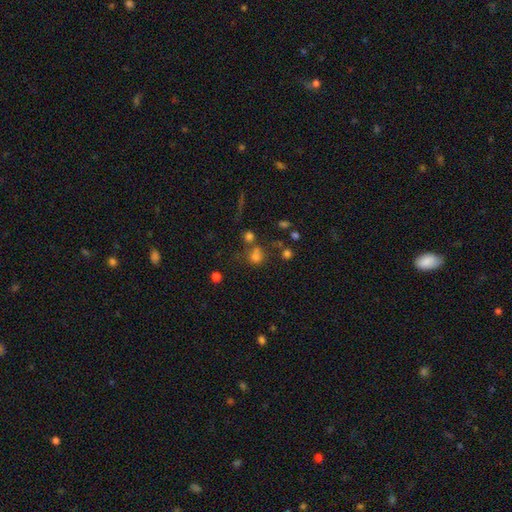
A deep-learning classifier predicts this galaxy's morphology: Smooth or featured: smooth — 62% (star or artifact — 28%)
How rounded: round — 80% (in between — 18%)
Merging: none — 55% (merger — 26%)